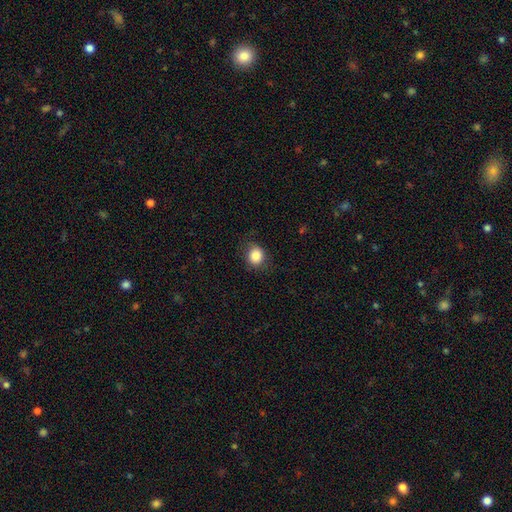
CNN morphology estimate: Smooth or featured? Predicted: smooth (p=0.85). How rounded? Predicted: round (p=0.71). Merging? Predicted: none (p=0.80).